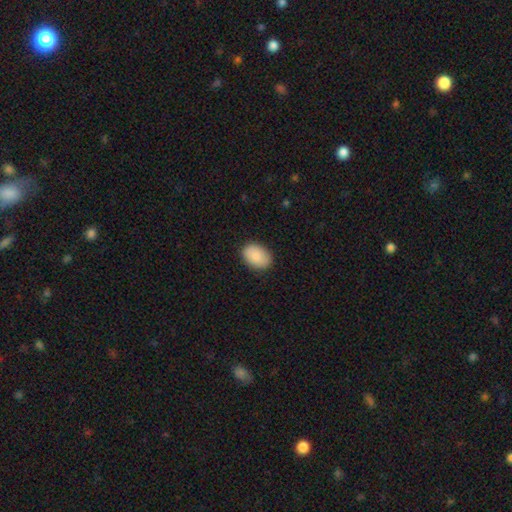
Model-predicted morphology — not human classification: Q: Smooth or featured?
A: smooth (88%); runner-up: star or artifact (6%)
Q: How rounded?
A: in between (80%); runner-up: round (19%)
Q: Merging?
A: none (87%); runner-up: minor disturbance (10%)